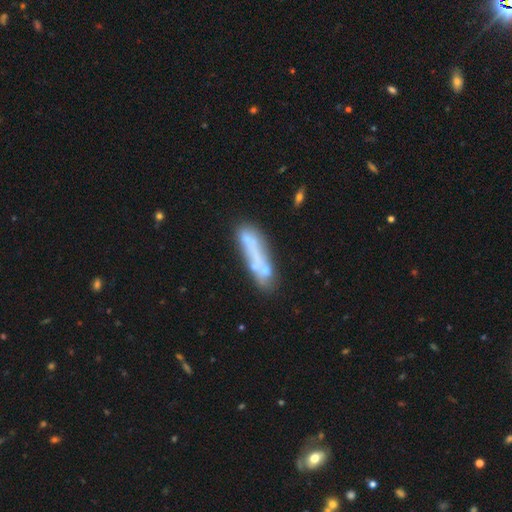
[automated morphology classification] type=smooth (46%); merging=none (49%).